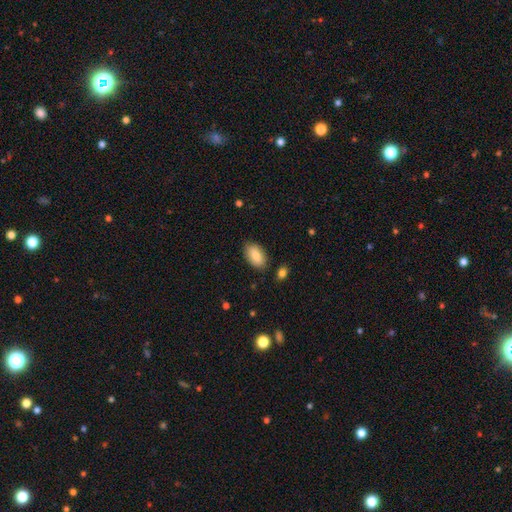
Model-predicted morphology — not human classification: A smooth galaxy with no disk features (83%) that is in between round and cigar-shaped (93%).

Vote fractions:
- Smooth or featured? smooth: 83% / featured or disk: 10% / star or artifact: 7%
- How rounded? in between: 93% / round: 4% / cigar-shaped: 2%
- Merging? none: 84% / minor disturbance: 12% / major disturbance: 2% / merger: 2%